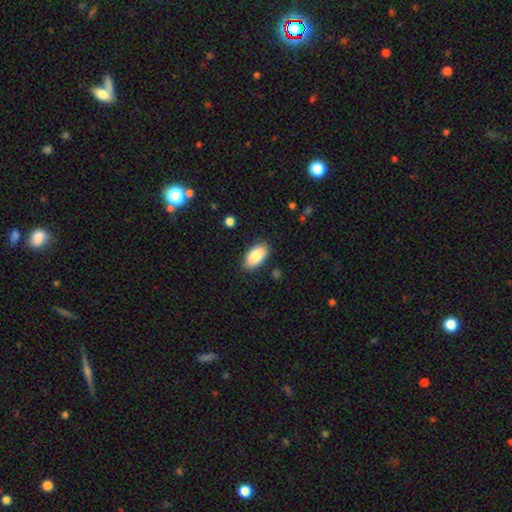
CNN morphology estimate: This appears to be a smooth galaxy with no disk features (85%) that is in between round and cigar-shaped (94%). Merging: none (85%).